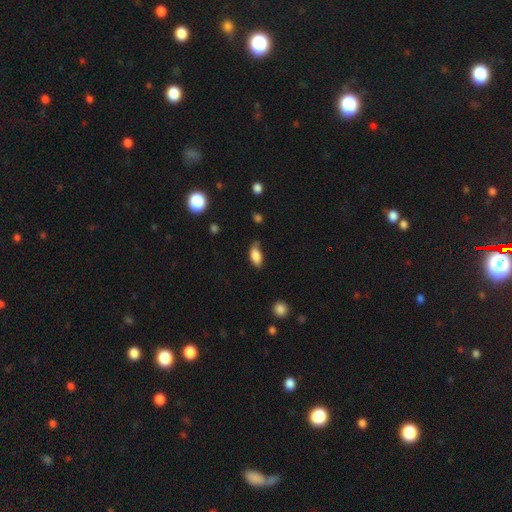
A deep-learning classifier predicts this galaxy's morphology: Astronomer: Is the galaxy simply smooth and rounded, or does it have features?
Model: smooth — 85%.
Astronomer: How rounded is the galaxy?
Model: in between — 89%.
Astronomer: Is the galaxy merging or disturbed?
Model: none — 61%.